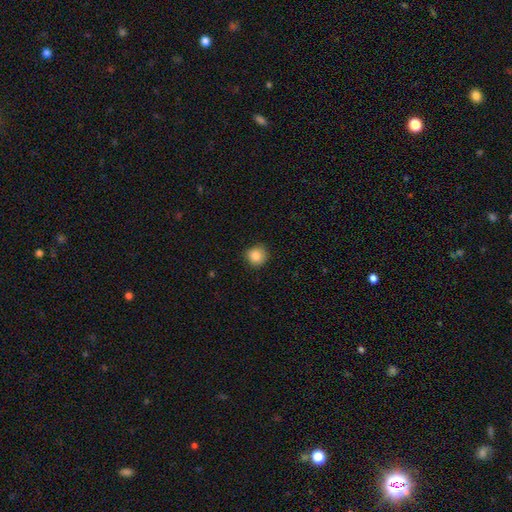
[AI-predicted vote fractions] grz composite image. It shows a smooth galaxy with no disk features (85%) that is round (91%). Merging: none (85%).